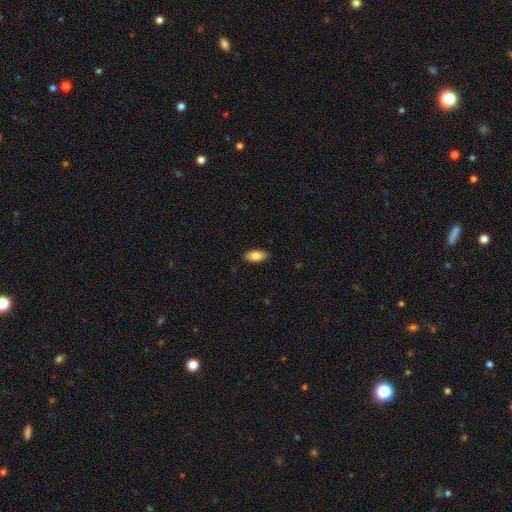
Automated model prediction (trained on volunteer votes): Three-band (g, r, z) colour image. It shows a smooth galaxy with no disk features (83%) that is in between round and cigar-shaped (89%). Merging: none (88%).